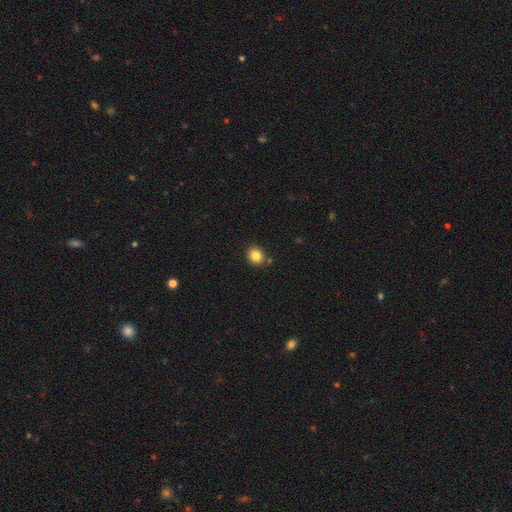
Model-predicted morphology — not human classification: Smooth or featured: smooth — 84% (star or artifact — 10%)
How rounded: round — 65% (in between — 34%)
Merging: none — 83% (minor disturbance — 10%)